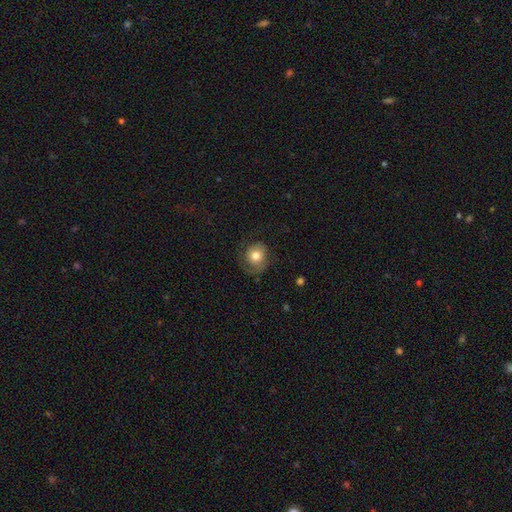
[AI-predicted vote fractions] Smooth or featured? Predicted: smooth (p=0.68). How rounded? Predicted: round (p=0.76). Merging? Predicted: none (p=0.57).